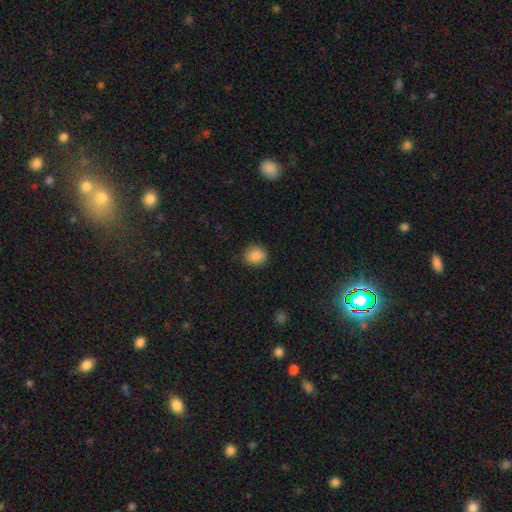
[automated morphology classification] Q: Smooth or featured?
A: smooth (88%); runner-up: star or artifact (9%)
Q: How rounded?
A: round (80%); runner-up: in between (20%)
Q: Merging?
A: none (87%); runner-up: minor disturbance (9%)